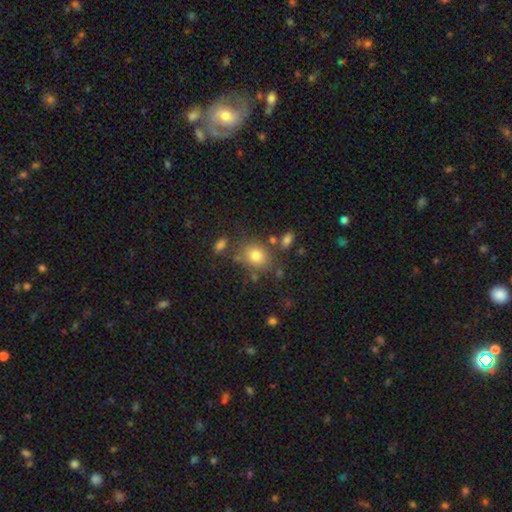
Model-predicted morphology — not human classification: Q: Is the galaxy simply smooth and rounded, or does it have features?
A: smooth — 78%.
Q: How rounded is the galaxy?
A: round — 56%.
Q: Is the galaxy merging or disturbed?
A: none — 72%.